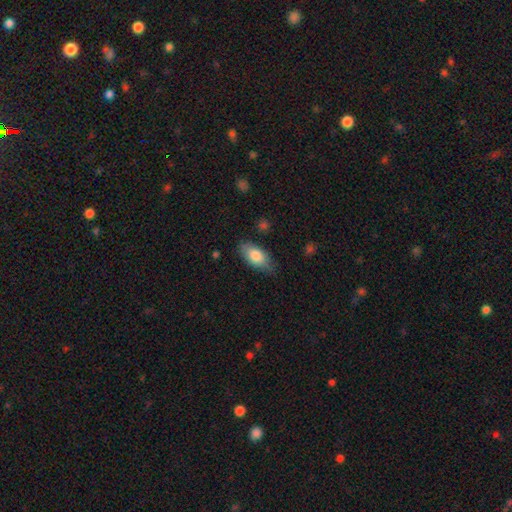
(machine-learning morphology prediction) A smooth galaxy with no disk features (80%) that is in between round and cigar-shaped (90%).

Vote fractions:
- Smooth or featured? smooth: 80% / featured or disk: 13% / star or artifact: 6%
- How rounded? in between: 90% / cigar-shaped: 7% / round: 3%
- Merging? none: 74% / minor disturbance: 20% / major disturbance: 4% / merger: 1%